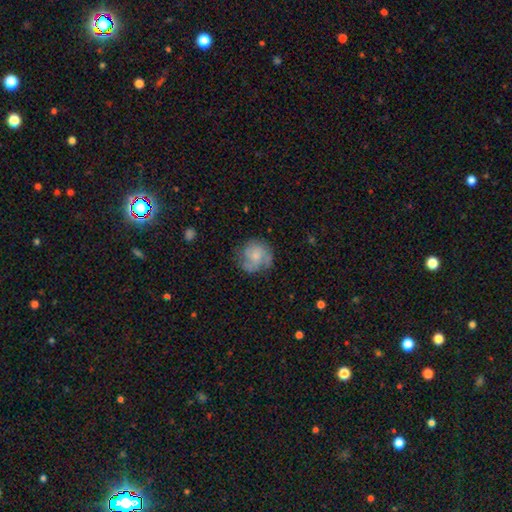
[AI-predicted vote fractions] smooth-or-featured: featured or disk: 52% | smooth: 41% | star or artifact: 8%
  disk-edge-on: no: 98% | yes: 2%
    bar: no: 76% | weak: 21% | strong: 3%
    has-spiral-arms: yes: 80% | no: 20%
    bulge-size: small: 56% | moderate: 26% | none: 15% | large: 3% | dominant: 1%
  merging: none: 62% | minor disturbance: 23% | major disturbance: 13% | merger: 2%